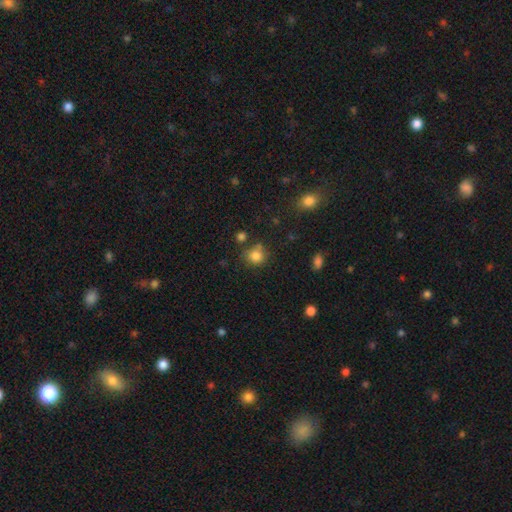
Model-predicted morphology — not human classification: Overall: smooth (83%). How rounded: round (81%). Merging: none (68%).